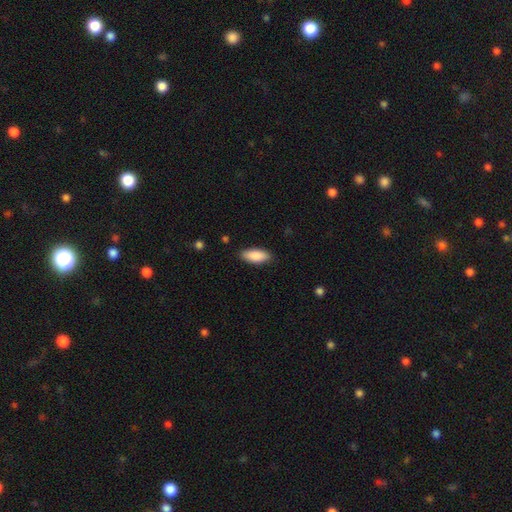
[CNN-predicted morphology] smooth_or_featured: smooth (p=0.87) [alt: featured or disk p=0.07]
how_rounded: in between (p=0.81) [alt: cigar-shaped p=0.17]
merging: none (p=0.87) [alt: minor disturbance p=0.10]